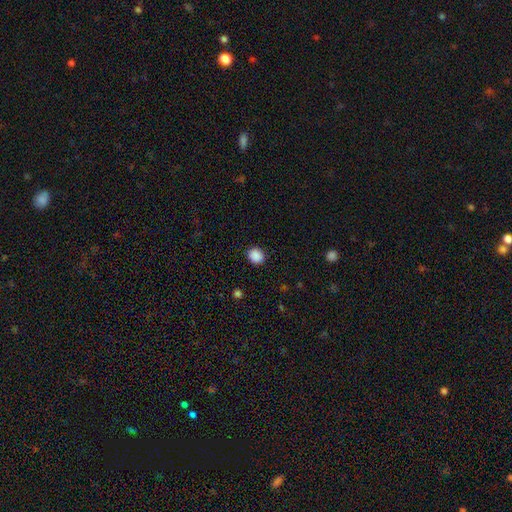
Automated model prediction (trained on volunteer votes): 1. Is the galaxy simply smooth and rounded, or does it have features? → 89% smooth, 9% star or artifact, 2% featured or disk.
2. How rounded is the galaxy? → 71% round, 28% in between, 1% cigar-shaped.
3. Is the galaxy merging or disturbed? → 90% none, 7% minor disturbance, 2% major disturbance, 1% merger.